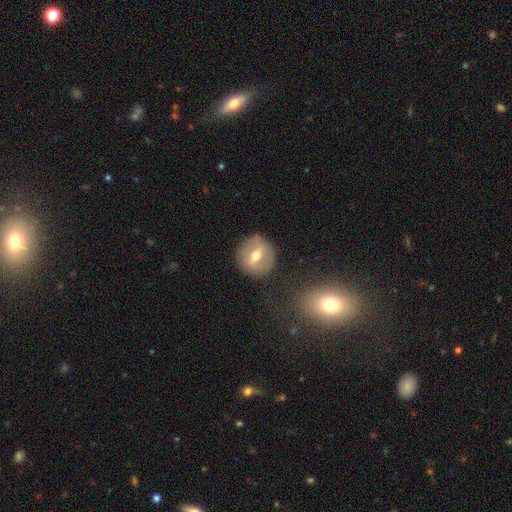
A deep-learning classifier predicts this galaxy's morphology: A featured or disk galaxy (50%). Merging: none (85%).